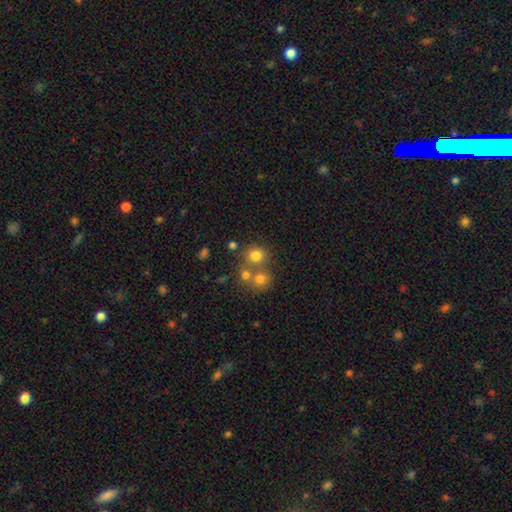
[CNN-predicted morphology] Q: Smooth or featured?
A: smooth (74%); runner-up: star or artifact (16%)
Q: How rounded?
A: round (80%); runner-up: in between (19%)
Q: Merging?
A: none (56%); runner-up: merger (32%)